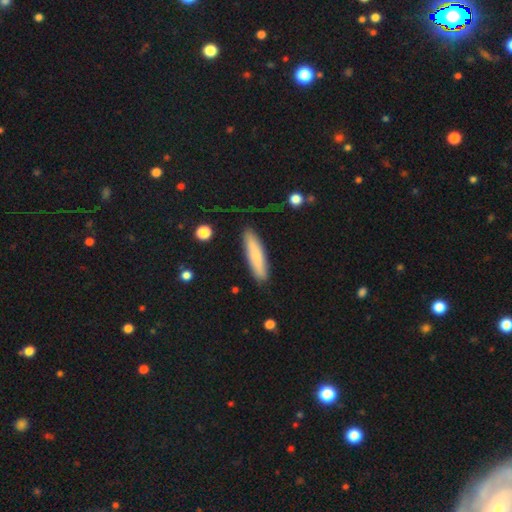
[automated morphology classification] Smooth or featured? smooth (72%)
How rounded? cigar-shaped (81%)
Merging? none (85%)